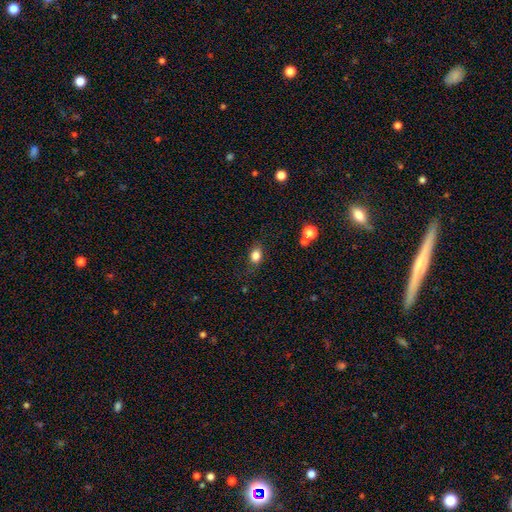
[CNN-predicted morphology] Smooth or featured?
  - smooth: 83% *
  - star or artifact: 10%
  - featured or disk: 7%
How rounded?
  - in between: 70% *
  - round: 28%
  - cigar-shaped: 2%
Merging?
  - none: 75% *
  - minor disturbance: 17%
  - major disturbance: 6%
  - merger: 2%